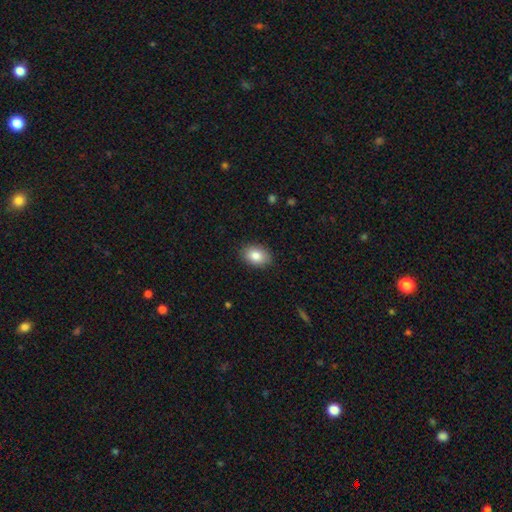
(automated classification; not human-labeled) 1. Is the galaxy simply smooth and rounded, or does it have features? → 85% smooth, 8% star or artifact, 8% featured or disk.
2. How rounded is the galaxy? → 81% in between, 18% round, 1% cigar-shaped.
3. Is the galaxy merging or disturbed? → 88% none, 9% minor disturbance, 2% major disturbance, 1% merger.